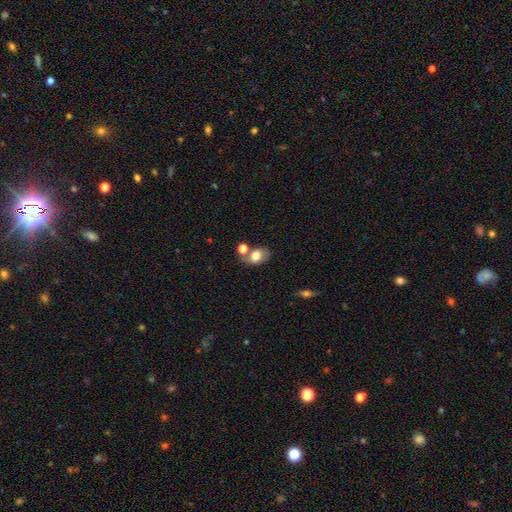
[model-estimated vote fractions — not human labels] Q: Smooth or featured?
A: smooth (71%); runner-up: featured or disk (20%)
Q: How rounded?
A: in between (77%); runner-up: round (22%)
Q: Merging?
A: none (50%); runner-up: merger (28%)